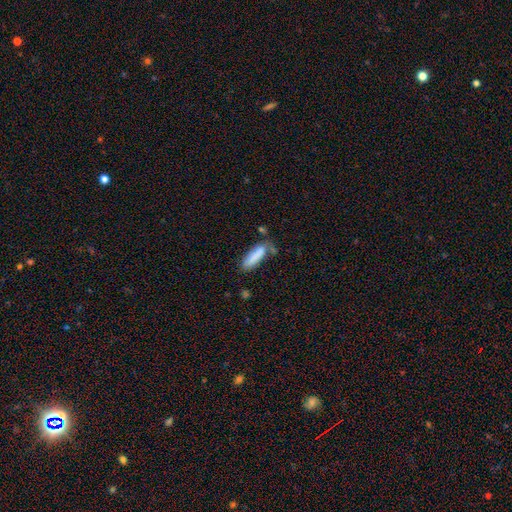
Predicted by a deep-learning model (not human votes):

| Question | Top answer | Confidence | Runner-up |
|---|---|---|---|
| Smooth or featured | smooth | 84% | featured or disk (9%) |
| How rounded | cigar-shaped | 59% | in between (40%) |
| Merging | none | 60% | minor disturbance (23%) |